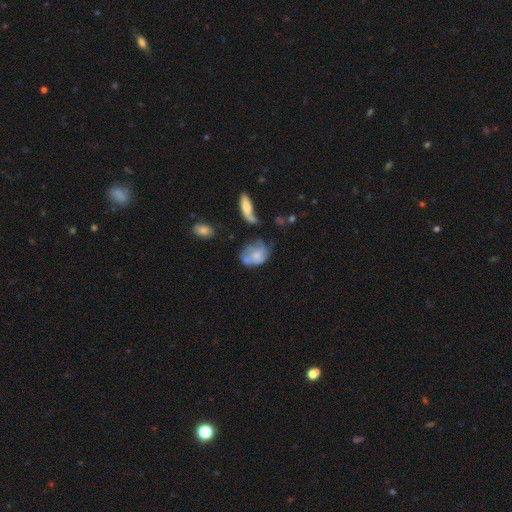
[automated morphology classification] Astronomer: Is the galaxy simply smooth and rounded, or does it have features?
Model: smooth — 50% (runner-up: featured or disk, 42%).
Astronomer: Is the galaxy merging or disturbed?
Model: none — 28% (runner-up: major disturbance, 27%).